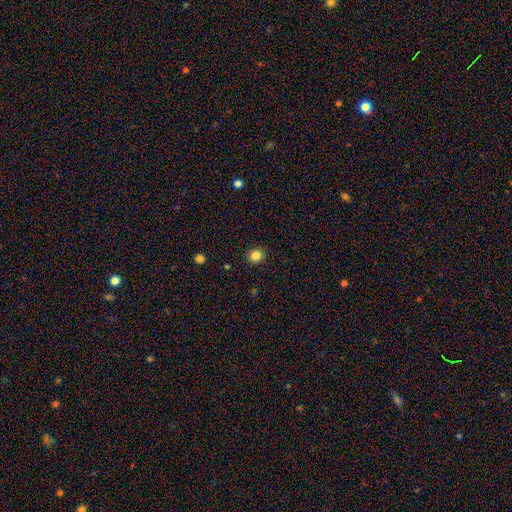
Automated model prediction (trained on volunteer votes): Smooth or featured?
  - smooth: 84% *
  - star or artifact: 12%
  - featured or disk: 4%
How rounded?
  - round: 83% *
  - in between: 16%
  - cigar-shaped: 1%
Merging?
  - none: 91% *
  - minor disturbance: 6%
  - major disturbance: 2%
  - merger: 1%